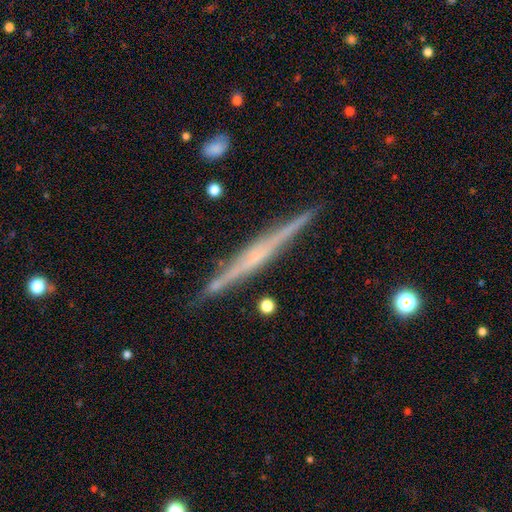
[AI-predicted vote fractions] featured or disk 76%, smooth 18%, star or artifact 6%. Down the decision tree: edge-on disk — yes (98%); edge-on bulge — none (51%); merging — none (89%).